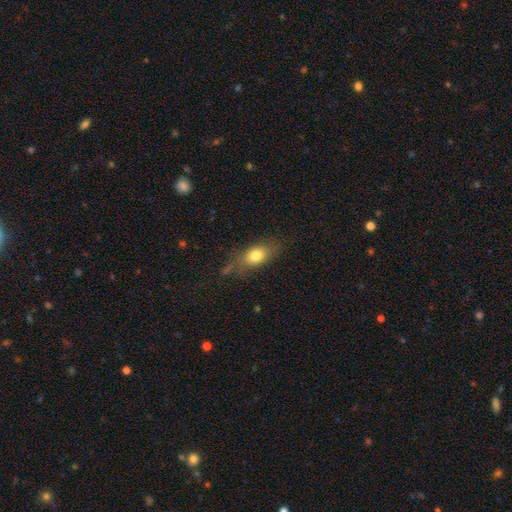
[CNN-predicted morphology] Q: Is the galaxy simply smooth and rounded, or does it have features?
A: smooth — 76%.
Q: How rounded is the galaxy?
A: in between — 75%.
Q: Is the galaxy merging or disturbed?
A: none — 67%.